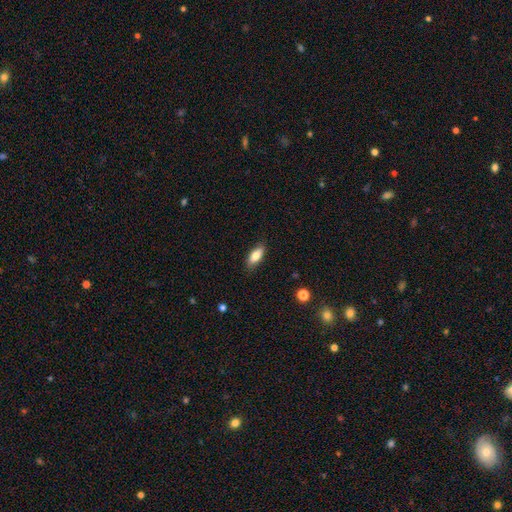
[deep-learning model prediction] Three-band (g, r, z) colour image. It shows a smooth galaxy with no disk features (80%) that is in between round and cigar-shaped (78%). Merging: none (85%).